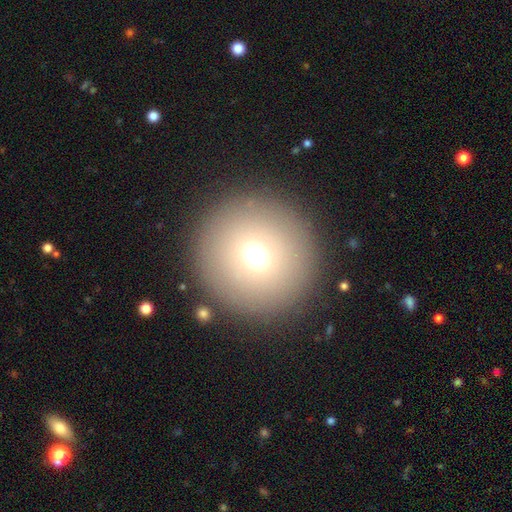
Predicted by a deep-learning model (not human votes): The model was most divided on "smooth or featured": smooth: 68%, star or artifact: 16%, featured or disk: 16%. More confident: how rounded — round (94%); merging — none (88%).